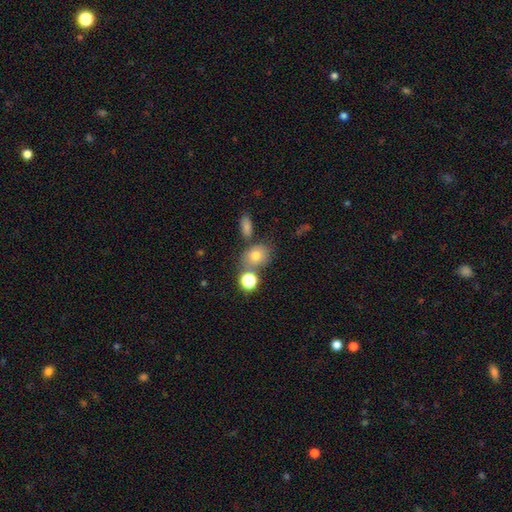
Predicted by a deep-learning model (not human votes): The model was most divided on "how rounded": round: 53%, in between: 46%, cigar-shaped: 1%. More confident: smooth or featured — smooth (72%); merging — none (62%).